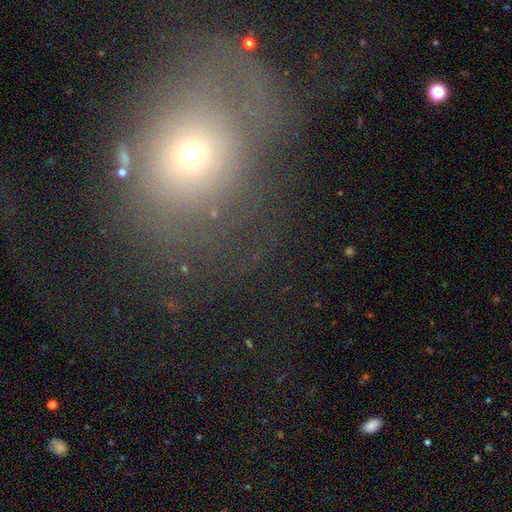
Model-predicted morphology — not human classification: A smooth galaxy with no disk features (48%).

Vote fractions:
- Smooth or featured? smooth: 48% / star or artifact: 28% / featured or disk: 24%
- Merging? none: 56% / major disturbance: 23% / minor disturbance: 16% / merger: 5%